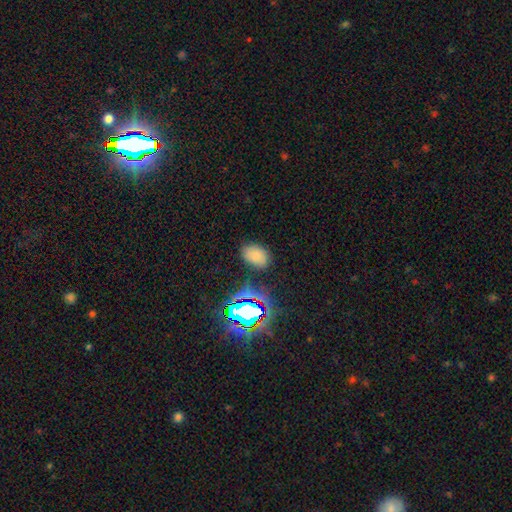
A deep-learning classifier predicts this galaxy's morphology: Smooth or featured? Predicted: smooth (p=0.73). How rounded? Predicted: in between (p=0.85). Merging? Predicted: none (p=0.80).